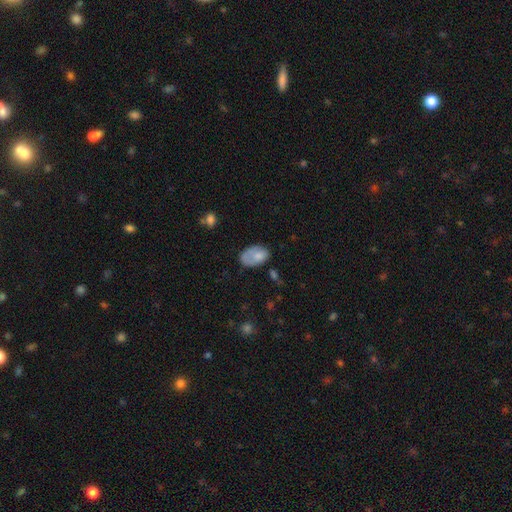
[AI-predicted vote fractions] Morphology: type=smooth (75%); roundness=in between (89%); merging=none (47%).